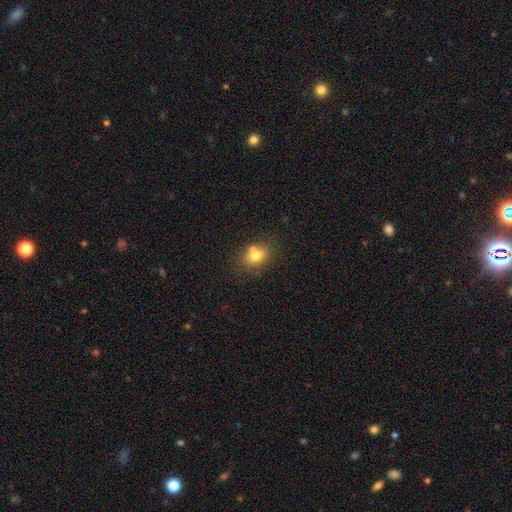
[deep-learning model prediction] Overall: smooth (74%). How rounded: in between (54%; round 44%). Merging: none (58%; merger 26%).